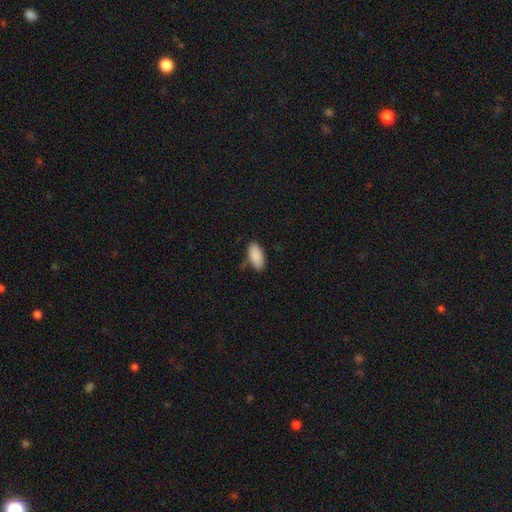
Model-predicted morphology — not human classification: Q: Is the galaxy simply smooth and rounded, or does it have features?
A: smooth — 90%.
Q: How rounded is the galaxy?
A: in between — 92%.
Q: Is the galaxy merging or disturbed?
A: none — 79%.